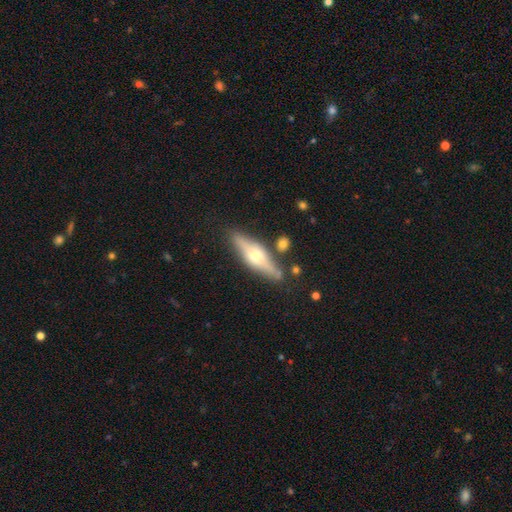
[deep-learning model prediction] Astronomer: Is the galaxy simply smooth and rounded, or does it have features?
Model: featured or disk — 64%.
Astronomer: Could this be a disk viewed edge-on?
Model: yes — 92%.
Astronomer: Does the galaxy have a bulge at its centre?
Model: rounded — 91%.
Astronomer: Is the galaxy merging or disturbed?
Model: none — 81%.